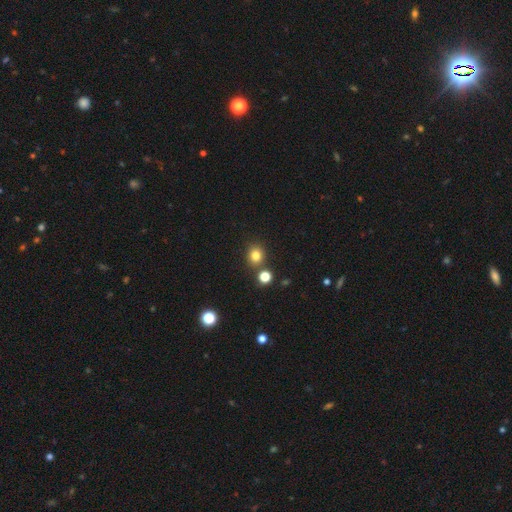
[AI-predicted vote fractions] Smooth or featured? Predicted: smooth (p=0.80). How rounded? Predicted: round (p=0.80). Merging? Predicted: none (p=0.79).